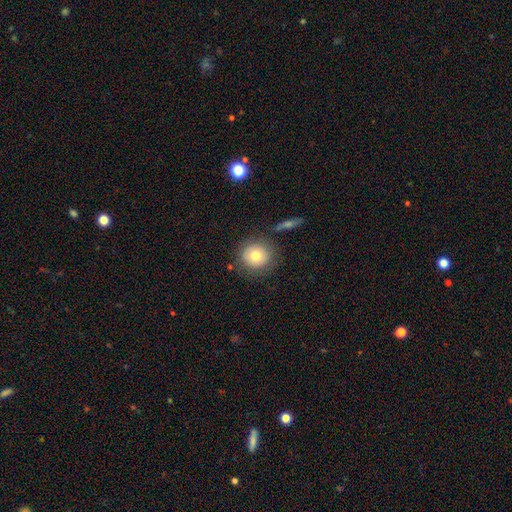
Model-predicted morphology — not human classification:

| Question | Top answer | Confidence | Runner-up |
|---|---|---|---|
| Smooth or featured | smooth | 76% | featured or disk (14%) |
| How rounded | round | 90% | in between (9%) |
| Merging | none | 81% | minor disturbance (11%) |